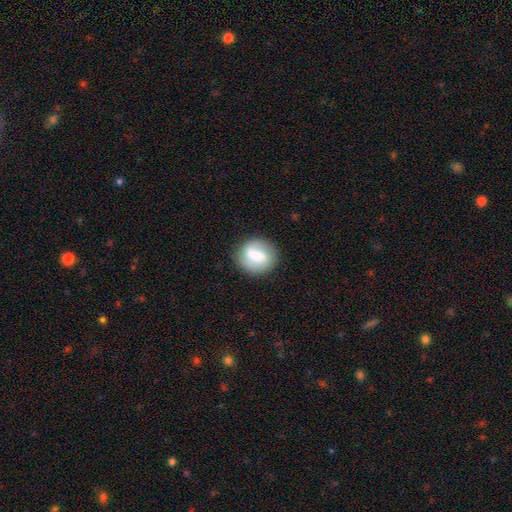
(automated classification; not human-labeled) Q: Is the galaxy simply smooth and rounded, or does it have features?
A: smooth — 57%.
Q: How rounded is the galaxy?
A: round — 75%.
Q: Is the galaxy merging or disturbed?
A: none — 79%.